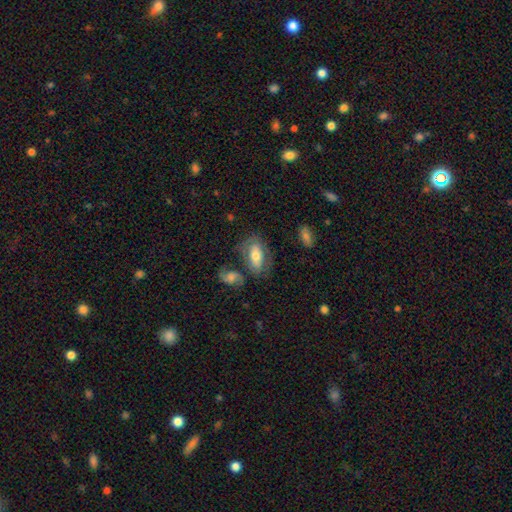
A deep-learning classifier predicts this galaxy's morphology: A smooth galaxy with no disk features (56%) that is in between round and cigar-shaped (87%).

Vote fractions:
- Smooth or featured? smooth: 56% / featured or disk: 37% / star or artifact: 8%
- How rounded? in between: 87% / cigar-shaped: 8% / round: 5%
- Merging? none: 58% / minor disturbance: 18% / merger: 13% / major disturbance: 11%